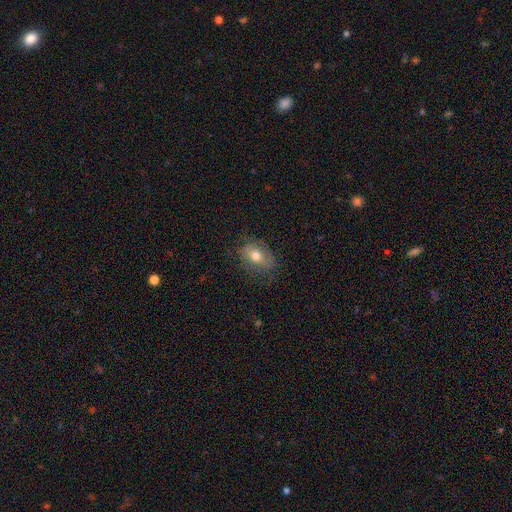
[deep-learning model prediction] smooth_or_featured: smooth (p=0.65) [alt: featured or disk p=0.26]
how_rounded: in between (p=0.76) [alt: round p=0.22]
merging: none (p=0.69) [alt: minor disturbance p=0.21]